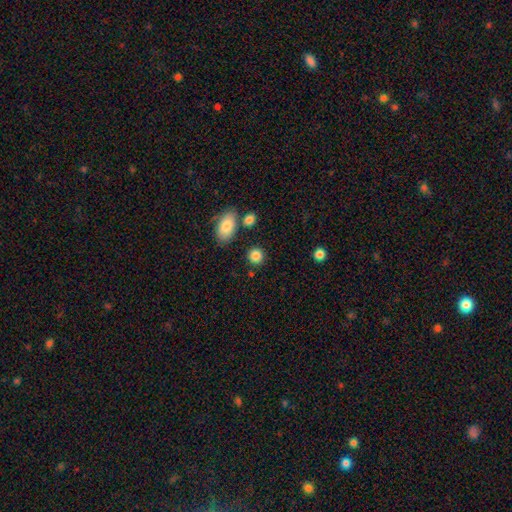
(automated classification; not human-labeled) smooth_or_featured: smooth (p=0.86) [alt: star or artifact p=0.09]
how_rounded: round (p=0.87) [alt: in between p=0.12]
merging: none (p=0.86) [alt: minor disturbance p=0.07]